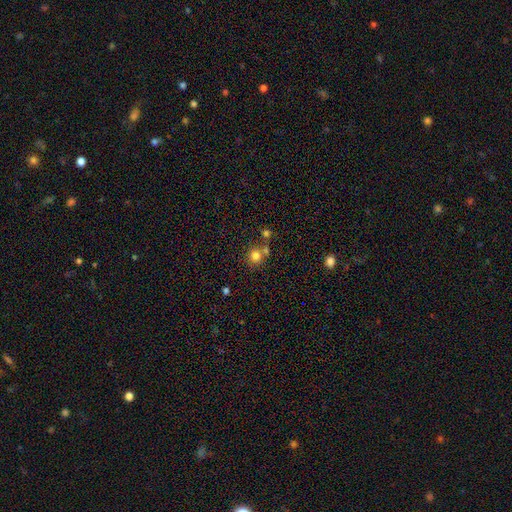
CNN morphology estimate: type=smooth (79%); roundness=round (89%); merging=none (62%).